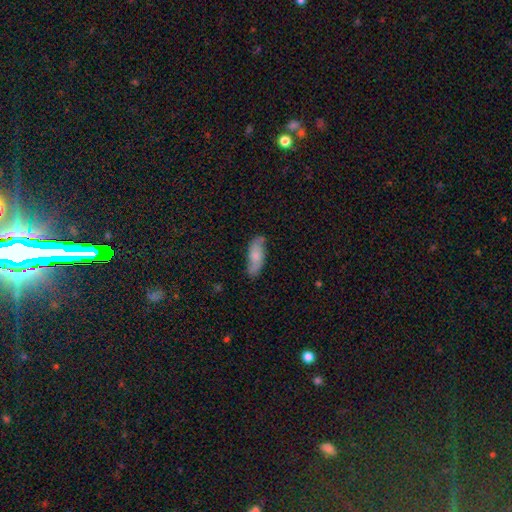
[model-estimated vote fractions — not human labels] A smooth galaxy with no disk features (67%) that is in between round and cigar-shaped (69%).

Vote fractions:
- Smooth or featured? smooth: 67% / featured or disk: 27% / star or artifact: 6%
- How rounded? in between: 69% / cigar-shaped: 28% / round: 2%
- Merging? none: 75% / minor disturbance: 19% / major disturbance: 4% / merger: 2%